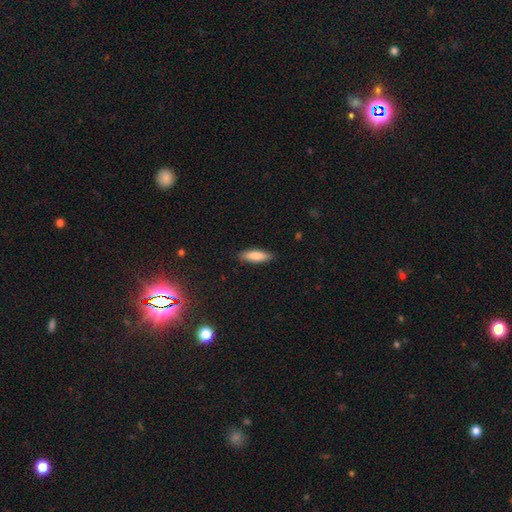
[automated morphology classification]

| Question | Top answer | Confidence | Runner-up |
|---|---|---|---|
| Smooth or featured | smooth | 84% | featured or disk (10%) |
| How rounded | cigar-shaped | 52% | in between (47%) |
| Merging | none | 86% | minor disturbance (11%) |